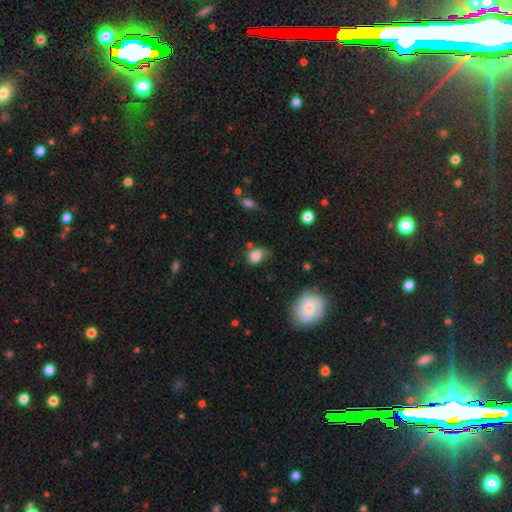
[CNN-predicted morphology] This is clearly a smooth galaxy (80%). How rounded: possibly in between (51%). Merging: marginally none (42%).